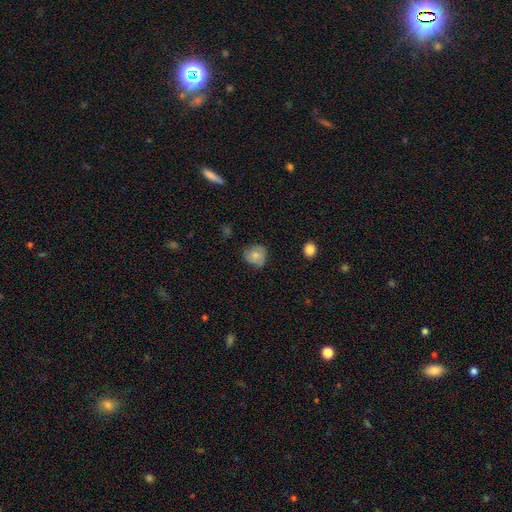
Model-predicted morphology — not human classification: Smooth or featured? Predicted: smooth (p=0.72). How rounded? Predicted: round (p=0.82). Merging? Predicted: none (p=0.63).